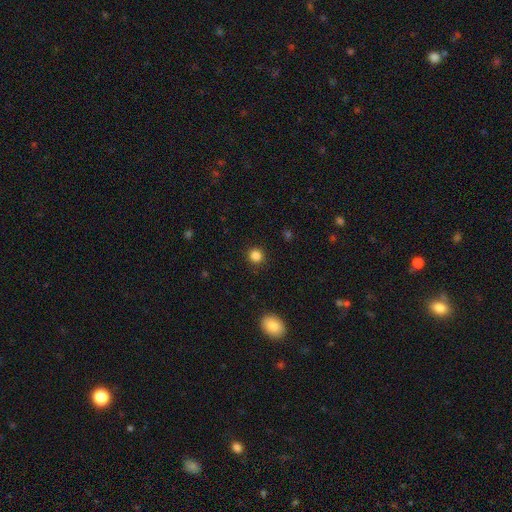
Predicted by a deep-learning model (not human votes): smooth-or-featured: smooth: 85% | star or artifact: 12% | featured or disk: 3%
  how-rounded: round: 91% | in between: 8% | cigar-shaped: 1%
  merging: none: 91% | minor disturbance: 6% | major disturbance: 2% | merger: 1%